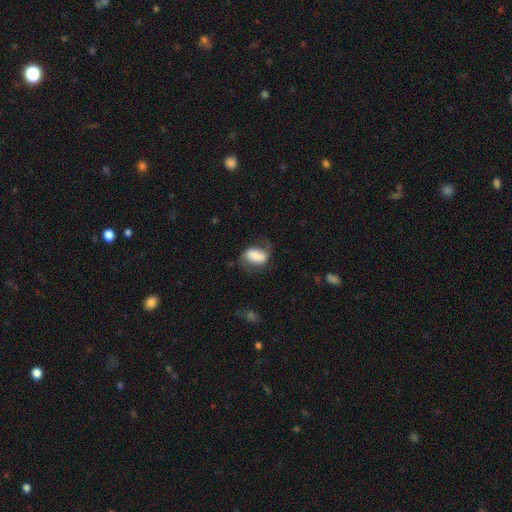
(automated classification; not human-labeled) Q: Smooth or featured?
A: smooth (61%); runner-up: featured or disk (31%)
Q: How rounded?
A: in between (86%); runner-up: round (12%)
Q: Merging?
A: none (50%); runner-up: minor disturbance (27%)